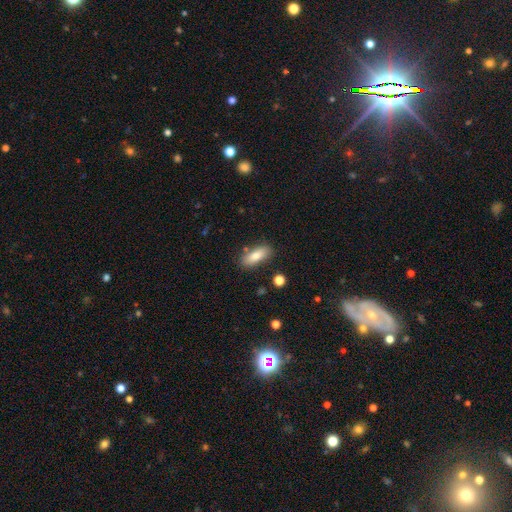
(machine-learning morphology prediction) Smooth or featured?
  - smooth: 82% *
  - featured or disk: 11%
  - star or artifact: 7%
How rounded?
  - in between: 73% *
  - cigar-shaped: 24%
  - round: 3%
Merging?
  - none: 82% *
  - minor disturbance: 12%
  - merger: 4%
  - major disturbance: 3%